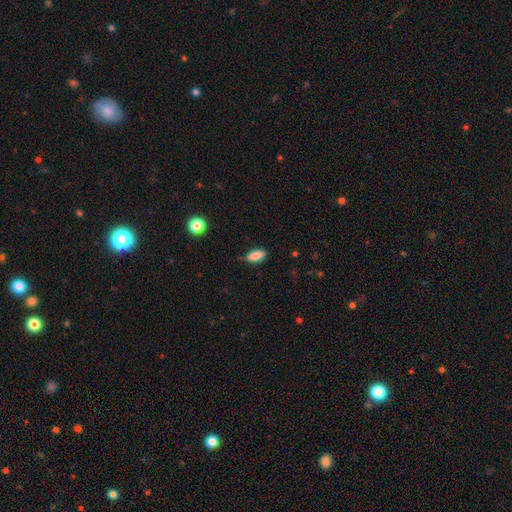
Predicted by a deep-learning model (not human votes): Q: Smooth or featured?
A: smooth (85%); runner-up: star or artifact (8%)
Q: How rounded?
A: in between (86%); runner-up: cigar-shaped (11%)
Q: Merging?
A: none (77%); runner-up: minor disturbance (19%)